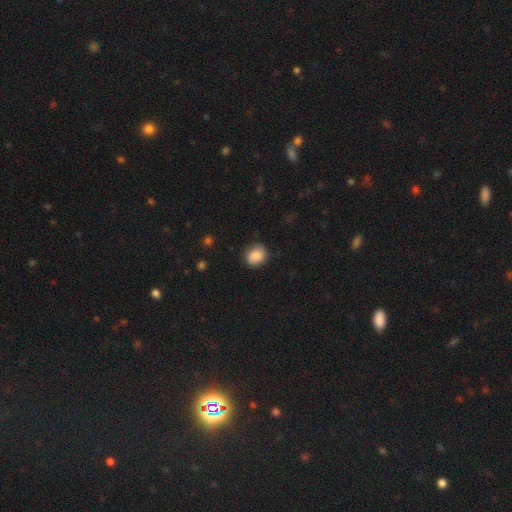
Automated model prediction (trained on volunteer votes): A smooth galaxy with no disk features (83%) that is round (65%).

Vote fractions:
- Smooth or featured? smooth: 83% / featured or disk: 9% / star or artifact: 8%
- How rounded? round: 65% / in between: 34% / cigar-shaped: 1%
- Merging? none: 73% / minor disturbance: 20% / major disturbance: 5% / merger: 1%